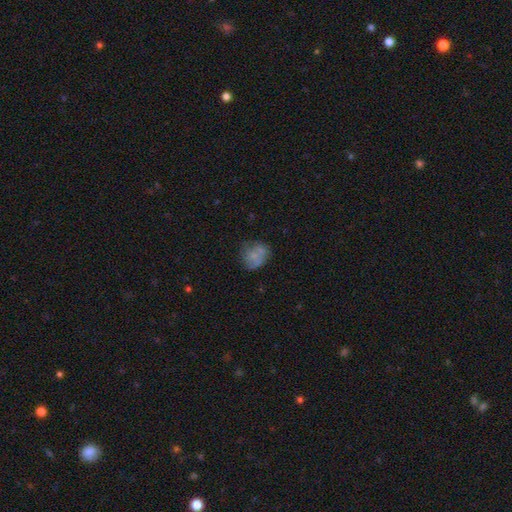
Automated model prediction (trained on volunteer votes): Smooth or featured: smooth — 58% (featured or disk — 30%)
How rounded: round — 59% (in between — 40%)
Merging: none — 51% (minor disturbance — 26%)